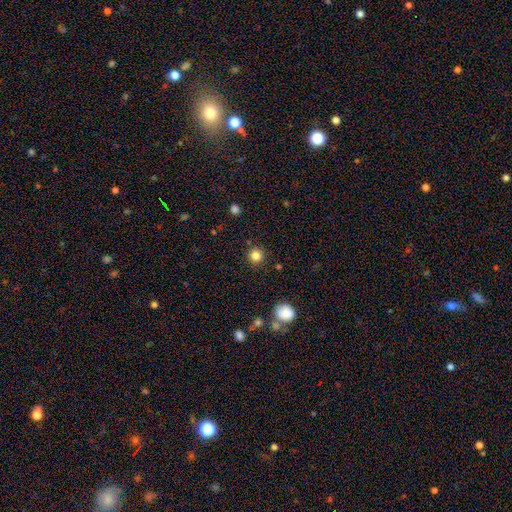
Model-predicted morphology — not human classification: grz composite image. It shows a smooth galaxy with no disk features (83%) that is round (94%). Merging: none (90%).